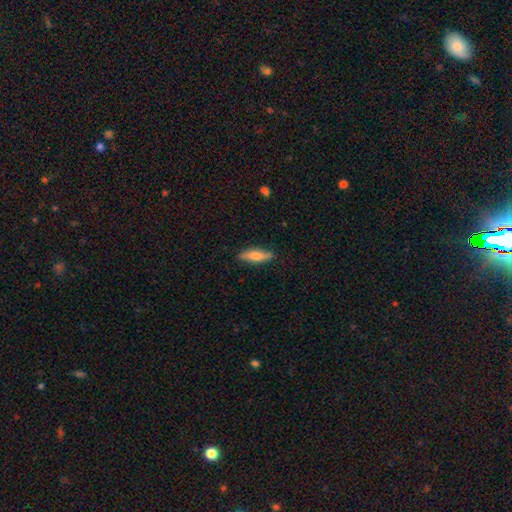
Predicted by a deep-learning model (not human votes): Morphology: type=smooth (60%); roundness=cigar-shaped (58%); merging=none (84%).